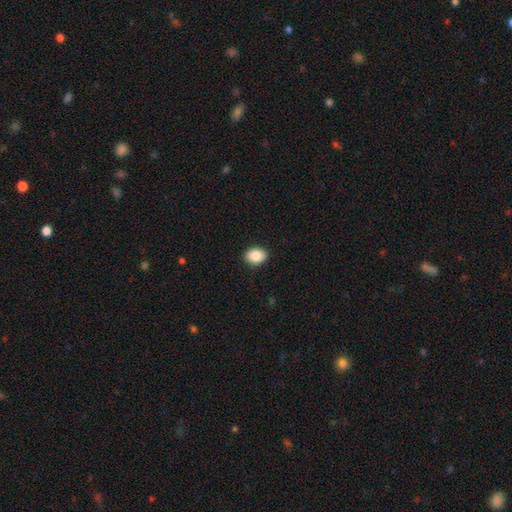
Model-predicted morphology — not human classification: This is clearly a smooth galaxy (88%). How rounded: likely in between (69%). Merging: clearly none (90%).